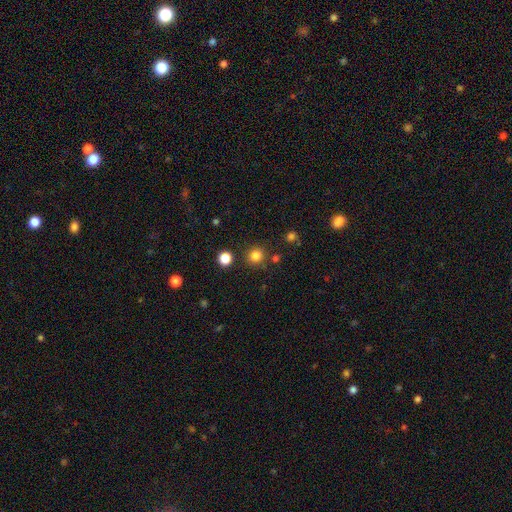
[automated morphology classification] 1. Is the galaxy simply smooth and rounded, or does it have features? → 82% smooth, 14% star or artifact, 4% featured or disk.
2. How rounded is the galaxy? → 91% round, 8% in between, 1% cigar-shaped.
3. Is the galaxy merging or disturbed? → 86% none, 7% minor disturbance, 5% merger, 3% major disturbance.